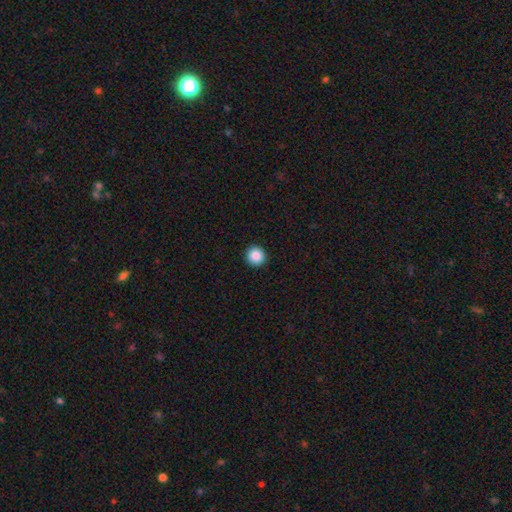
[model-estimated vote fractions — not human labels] Smooth or featured? Predicted: smooth (p=0.87). How rounded? Predicted: round (p=0.95). Merging? Predicted: none (p=0.94).